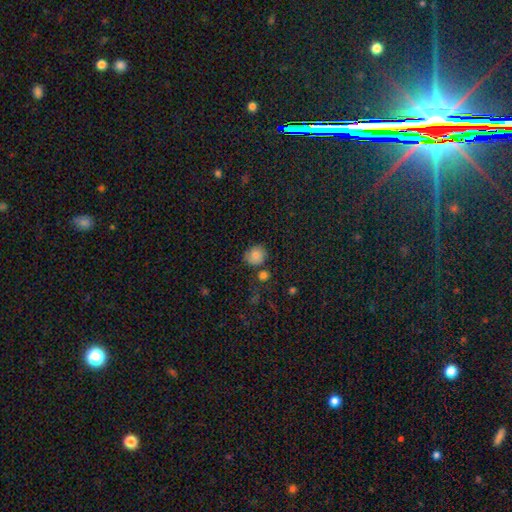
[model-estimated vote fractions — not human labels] Smooth or featured?
  - smooth: 82% *
  - star or artifact: 10%
  - featured or disk: 7%
How rounded?
  - round: 76% *
  - in between: 23%
  - cigar-shaped: 1%
Merging?
  - none: 72% *
  - minor disturbance: 16%
  - merger: 8%
  - major disturbance: 4%